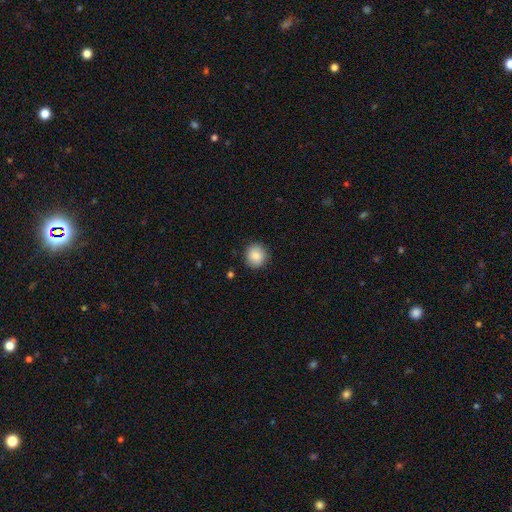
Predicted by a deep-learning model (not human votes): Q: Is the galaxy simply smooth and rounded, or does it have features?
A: smooth — 87%.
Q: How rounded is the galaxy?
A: round — 89%.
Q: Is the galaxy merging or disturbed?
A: none — 89%.